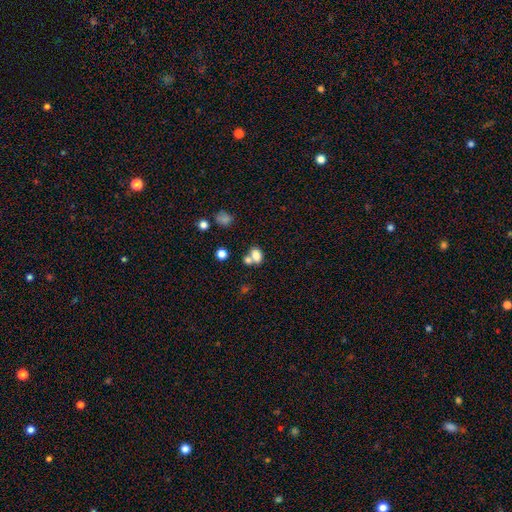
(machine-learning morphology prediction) This appears to be a smooth galaxy with no disk features (78%) that is in between round and cigar-shaped (76%). Merging: merger (43%).